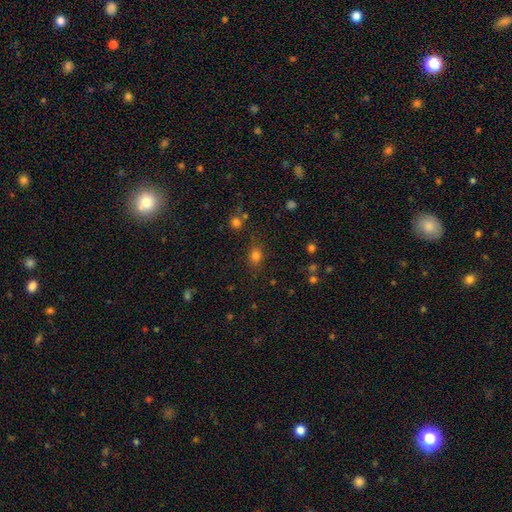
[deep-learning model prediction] Q: Smooth or featured?
A: smooth (77%); runner-up: star or artifact (17%)
Q: How rounded?
A: round (51%); runner-up: in between (47%)
Q: Merging?
A: none (79%); runner-up: minor disturbance (12%)